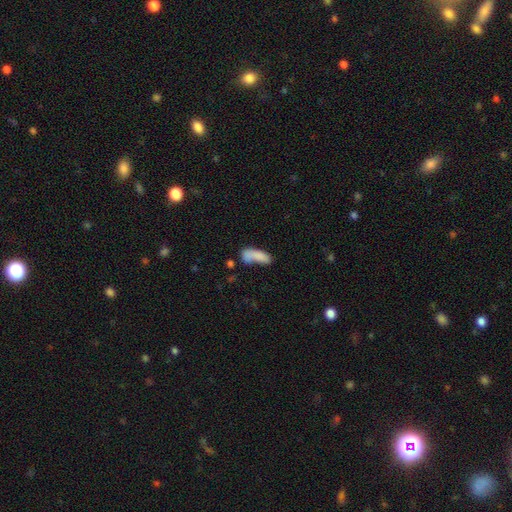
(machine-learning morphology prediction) smooth-or-featured: smooth: 79% | featured or disk: 12% | star or artifact: 8%
  how-rounded: in between: 67% | cigar-shaped: 30% | round: 3%
  merging: none: 38% | merger: 26% | minor disturbance: 22% | major disturbance: 14%